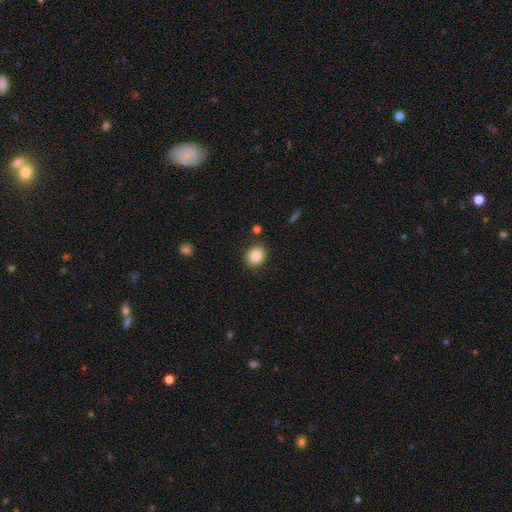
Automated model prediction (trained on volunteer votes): Q: Smooth or featured?
A: smooth (85%); runner-up: star or artifact (9%)
Q: How rounded?
A: round (72%); runner-up: in between (27%)
Q: Merging?
A: none (88%); runner-up: minor disturbance (8%)